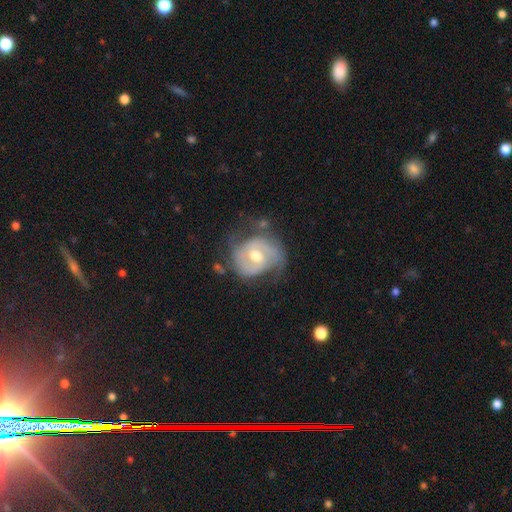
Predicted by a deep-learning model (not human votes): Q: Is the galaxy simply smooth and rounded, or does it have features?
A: featured or disk — 74%.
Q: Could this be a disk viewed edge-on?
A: no — 97%.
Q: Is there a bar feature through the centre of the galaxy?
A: no — 50%.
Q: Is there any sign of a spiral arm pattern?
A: yes — 82%.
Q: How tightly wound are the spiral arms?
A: tight — 43%.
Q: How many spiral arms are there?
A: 2 — 63%.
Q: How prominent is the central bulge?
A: moderate — 73%.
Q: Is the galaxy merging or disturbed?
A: none — 53%.